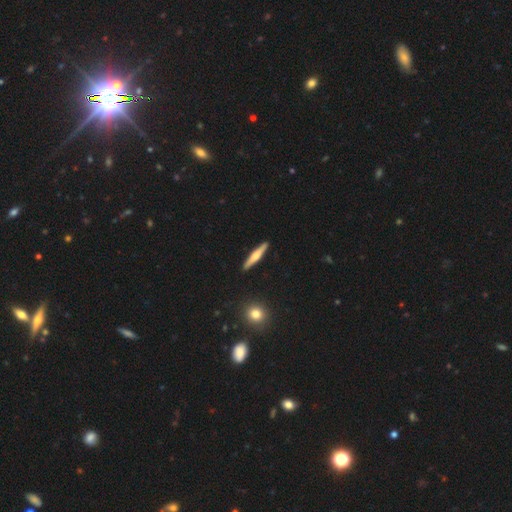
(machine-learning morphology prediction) A featured or disk galaxy (57%) viewed edge-on (97%) with a rounded central bulge (84%). Merging: none (92%).